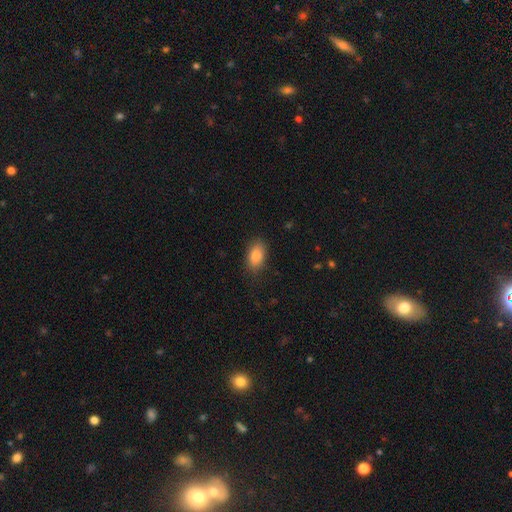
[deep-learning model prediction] Morphology: type=smooth (85%); roundness=in between (90%); merging=none (83%).